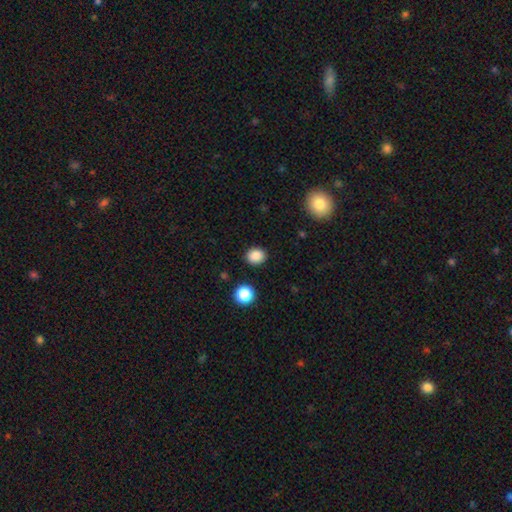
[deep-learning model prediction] This is clearly a smooth galaxy (86%). How rounded: likely round (65%). Merging: clearly none (89%).